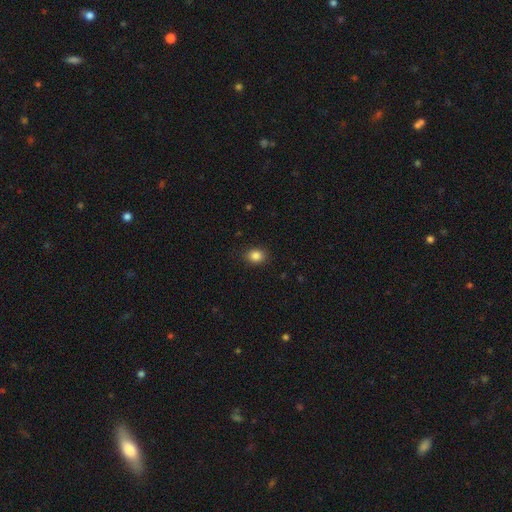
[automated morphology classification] A smooth galaxy with no disk features (85%) that is in between round and cigar-shaped (50%). Merging: none (89%).